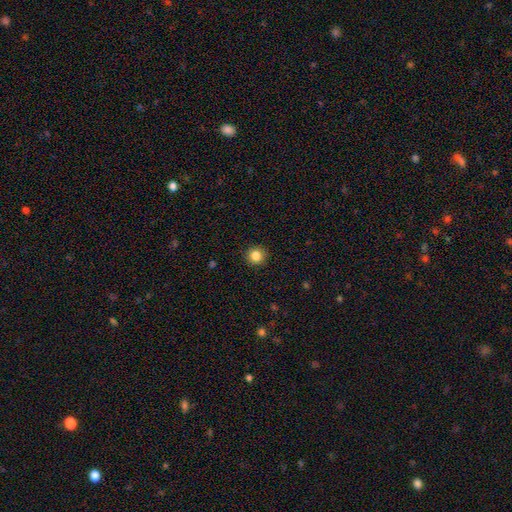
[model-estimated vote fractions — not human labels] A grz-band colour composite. It shows a smooth galaxy with no disk features (84%) that is round (93%). Merging: none (91%).